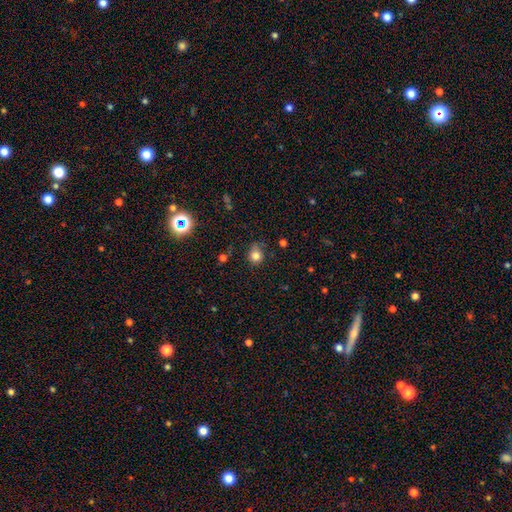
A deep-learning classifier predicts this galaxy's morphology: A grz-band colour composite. It shows a smooth galaxy with no disk features (80%) that is round (81%). Merging: none (60%).